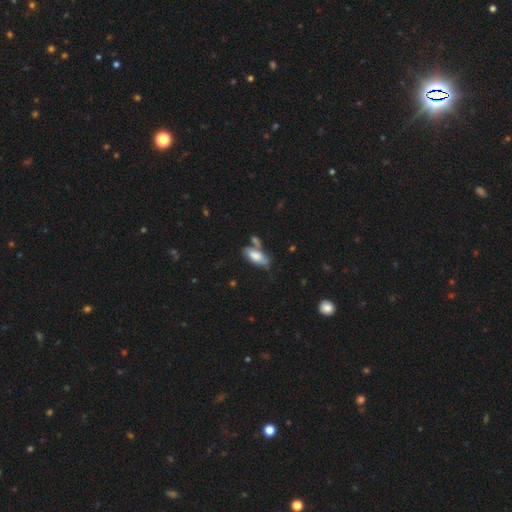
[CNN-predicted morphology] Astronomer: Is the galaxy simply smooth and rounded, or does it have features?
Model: smooth — 75%.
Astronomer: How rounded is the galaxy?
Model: in between — 83%.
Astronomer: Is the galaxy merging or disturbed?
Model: none — 45% (runner-up: minor disturbance, 23%).